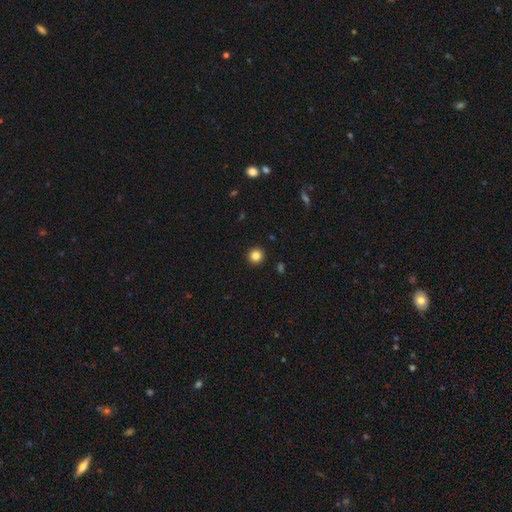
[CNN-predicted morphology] Q: Smooth or featured?
A: smooth (84%); runner-up: star or artifact (12%)
Q: How rounded?
A: round (95%); runner-up: in between (4%)
Q: Merging?
A: none (93%); runner-up: minor disturbance (4%)